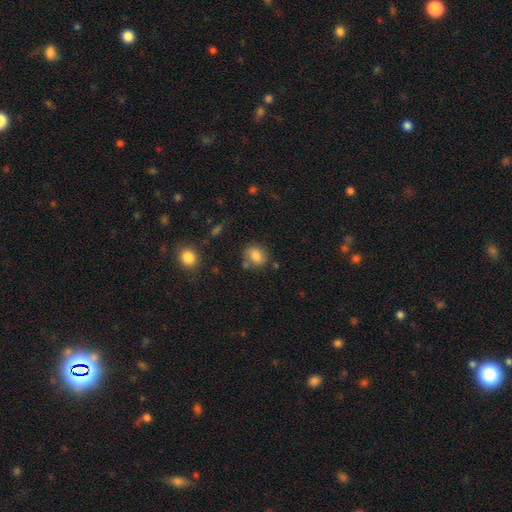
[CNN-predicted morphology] type=smooth (81%); roundness=round (60%); merging=none (73%).